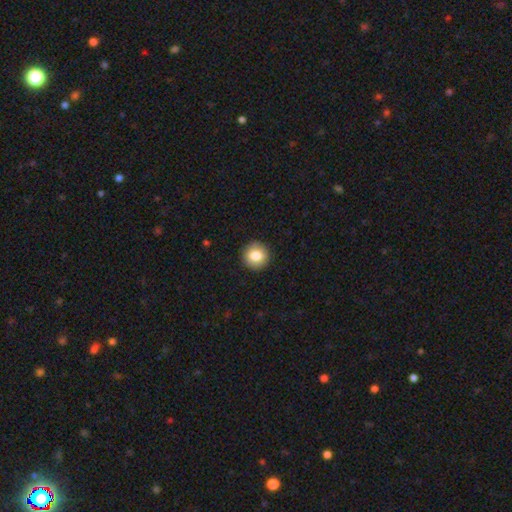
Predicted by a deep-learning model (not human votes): smooth-or-featured: smooth: 82% | featured or disk: 10% | star or artifact: 8%
  how-rounded: round: 93% | in between: 6% | cigar-shaped: 1%
  merging: none: 91% | minor disturbance: 6% | major disturbance: 2% | merger: 1%